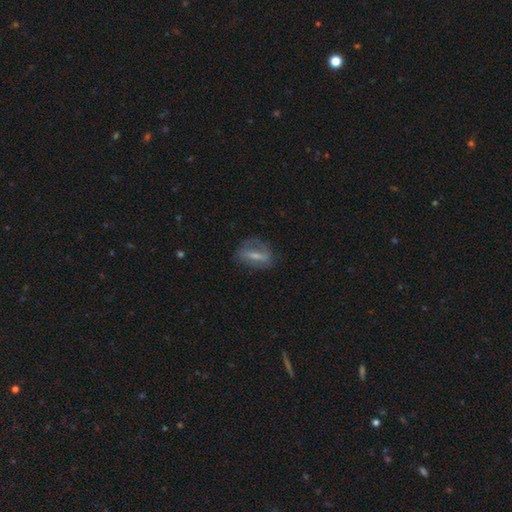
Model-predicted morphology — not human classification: Smooth or featured? Predicted: featured or disk (p=0.56). Edge-on disk? Predicted: no (p=0.74). Merging? Predicted: none (p=0.71).